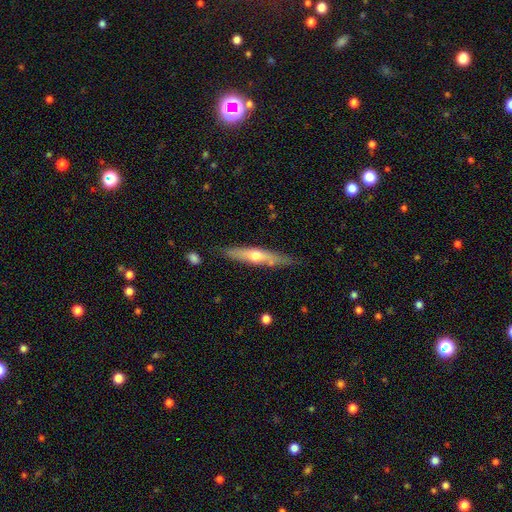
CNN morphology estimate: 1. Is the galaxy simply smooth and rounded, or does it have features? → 52% featured or disk, 43% smooth, 6% star or artifact.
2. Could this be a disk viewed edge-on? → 83% yes, 17% no.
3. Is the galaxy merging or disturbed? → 78% none, 15% minor disturbance, 3% merger, 3% major disturbance.